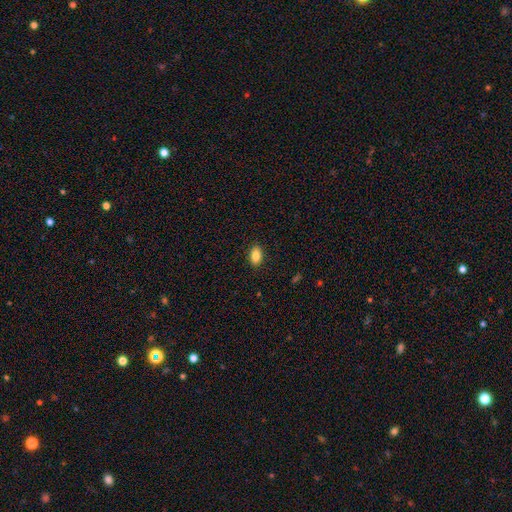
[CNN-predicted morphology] smooth-or-featured: smooth: 86% | star or artifact: 8% | featured or disk: 6%
  how-rounded: in between: 90% | round: 8% | cigar-shaped: 2%
  merging: none: 89% | minor disturbance: 8% | major disturbance: 2% | merger: 1%